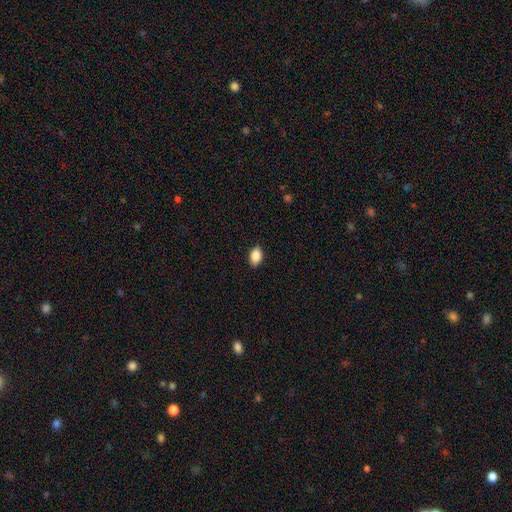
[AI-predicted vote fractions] The model was most divided on "how rounded": in between: 89%, round: 9%, cigar-shaped: 2%. More confident: merging — none (89%); smooth or featured — smooth (88%).